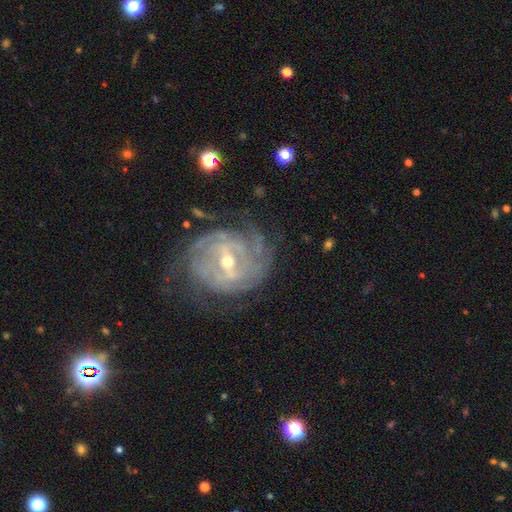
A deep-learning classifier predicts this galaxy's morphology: A featured or disk galaxy (88%) with a weak bar (47%), tight (71%) spiral arms (96%) and a small central bulge (49%). Merging: none (69%).